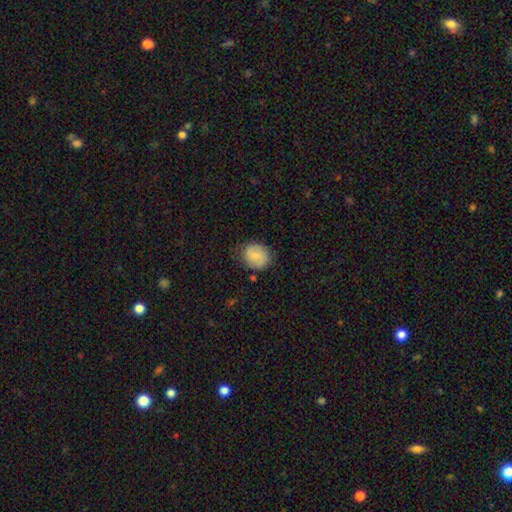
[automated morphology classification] A smooth galaxy with no disk features (76%) that is round (66%).

Vote fractions:
- Smooth or featured? smooth: 76% / featured or disk: 17% / star or artifact: 7%
- How rounded? round: 66% / in between: 33% / cigar-shaped: 1%
- Merging? none: 76% / minor disturbance: 17% / major disturbance: 5% / merger: 2%